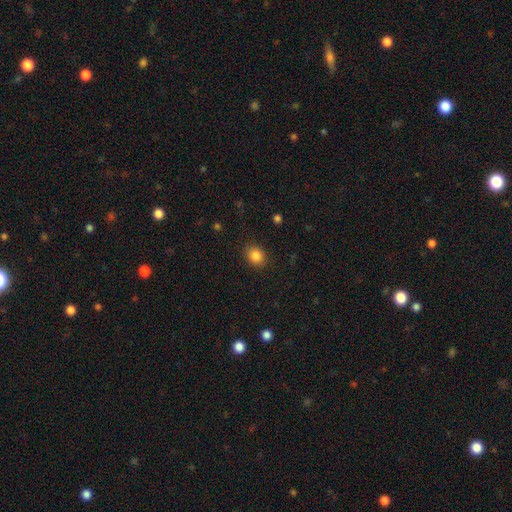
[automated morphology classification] A smooth galaxy with no disk features (85%) that is round (61%). Merging: none (88%).